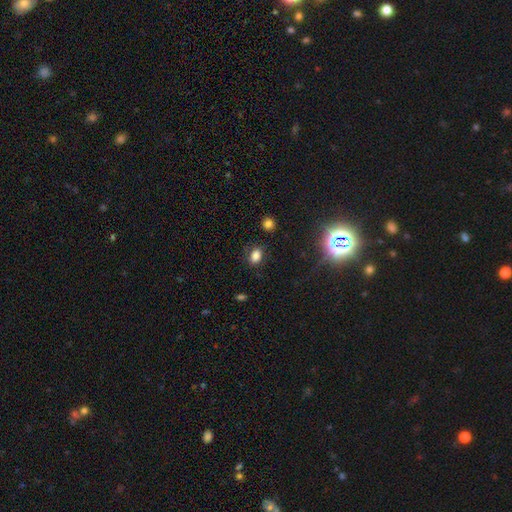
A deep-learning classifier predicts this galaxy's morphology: The model was most divided on "how rounded": in between: 76%, round: 22%, cigar-shaped: 2%. More confident: merging — none (80%); smooth or featured — smooth (80%).